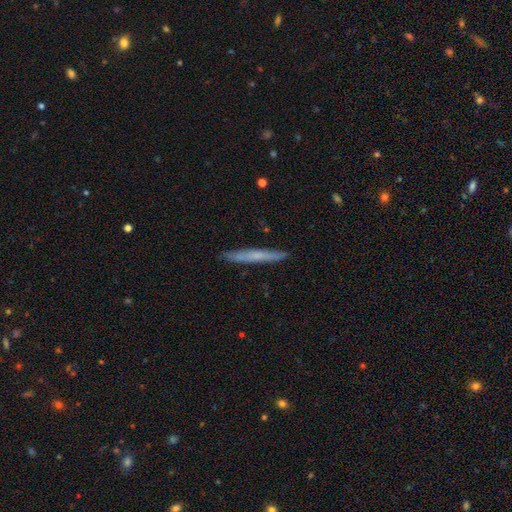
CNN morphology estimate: The model was most divided on "smooth or featured": smooth: 52%, featured or disk: 42%, star or artifact: 6%. More confident: how rounded — cigar-shaped (96%); merging — none (90%).